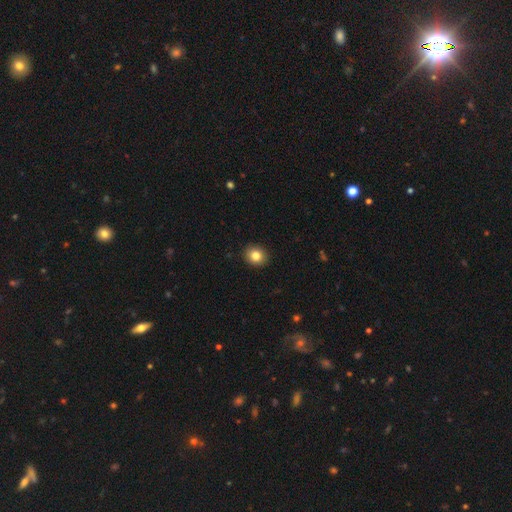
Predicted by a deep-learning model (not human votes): Q: Smooth or featured?
A: smooth (84%); runner-up: star or artifact (10%)
Q: How rounded?
A: round (72%); runner-up: in between (27%)
Q: Merging?
A: none (91%); runner-up: minor disturbance (6%)